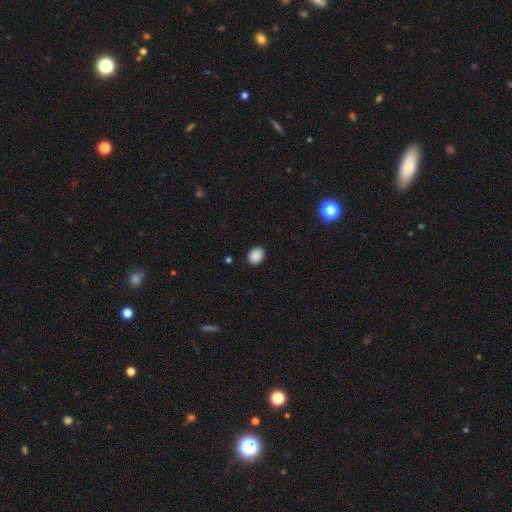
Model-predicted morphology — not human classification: A smooth galaxy with no disk features (89%) that is in between round and cigar-shaped (67%). Merging: none (89%).